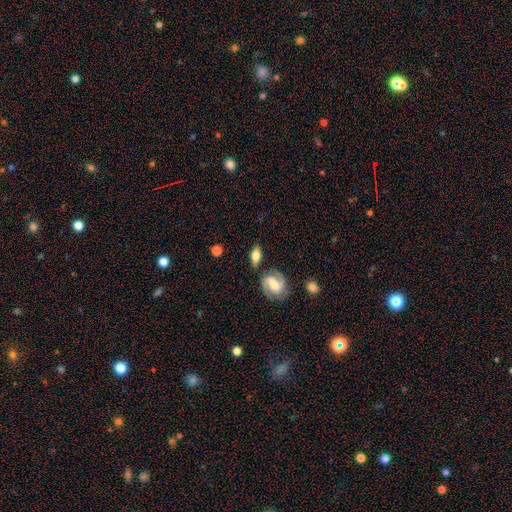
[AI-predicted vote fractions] The model was most divided on "smooth or featured": smooth: 60%, featured or disk: 33%, star or artifact: 7%. More confident: how rounded — in between (77%); merging — none (74%).